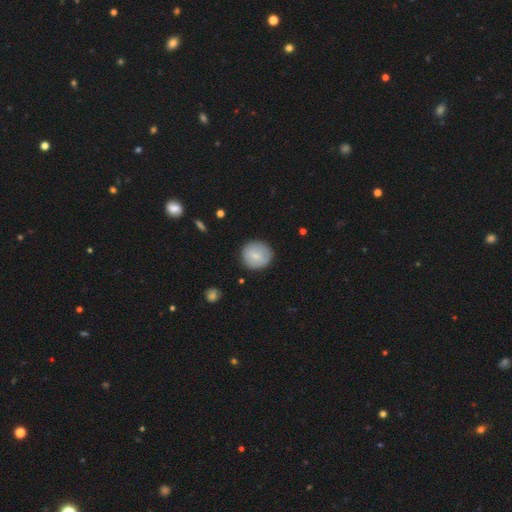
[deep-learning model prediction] This is likely a smooth galaxy (69%). How rounded: clearly round (90%). Merging: clearly none (84%).